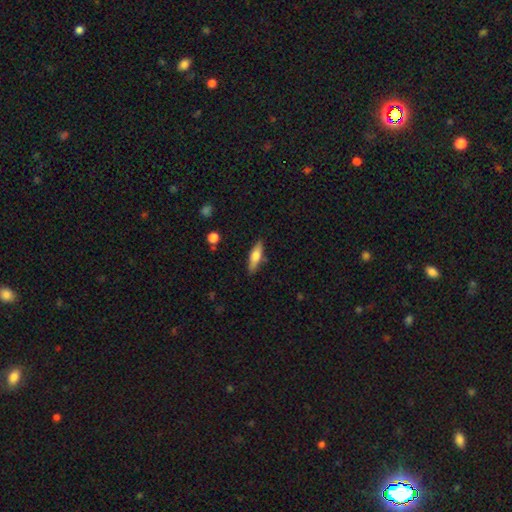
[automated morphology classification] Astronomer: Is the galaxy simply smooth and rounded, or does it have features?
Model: smooth — 62%.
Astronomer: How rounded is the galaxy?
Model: cigar-shaped — 55% (runner-up: in between, 43%).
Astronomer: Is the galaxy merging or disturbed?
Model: none — 83%.